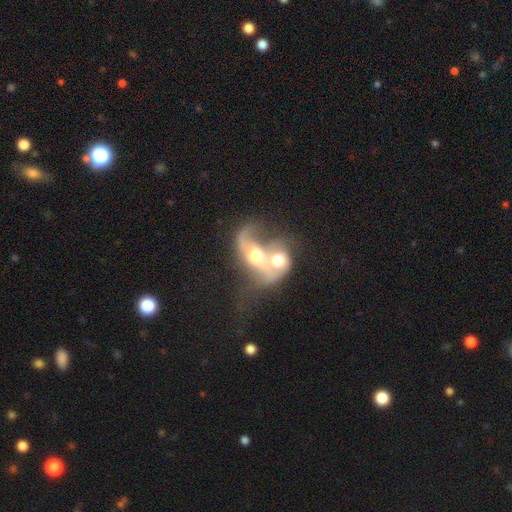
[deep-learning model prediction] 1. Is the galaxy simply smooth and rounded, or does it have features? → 61% featured or disk, 30% smooth, 9% star or artifact.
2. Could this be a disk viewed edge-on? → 95% no, 5% yes.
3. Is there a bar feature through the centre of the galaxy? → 75% no, 18% weak, 7% strong.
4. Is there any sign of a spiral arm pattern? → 62% yes, 38% no.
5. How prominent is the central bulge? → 57% moderate, 26% large, 8% small, 6% dominant, 4% none.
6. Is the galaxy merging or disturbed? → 82% merger, 8% major disturbance, 6% none, 3% minor disturbance.